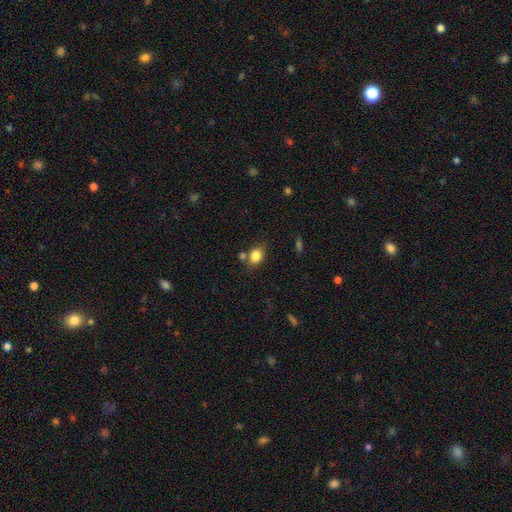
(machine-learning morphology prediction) smooth_or_featured: smooth (p=0.82) [alt: star or artifact p=0.10]
how_rounded: in between (p=0.62) [alt: round p=0.36]
merging: none (p=0.67) [alt: minor disturbance p=0.15]